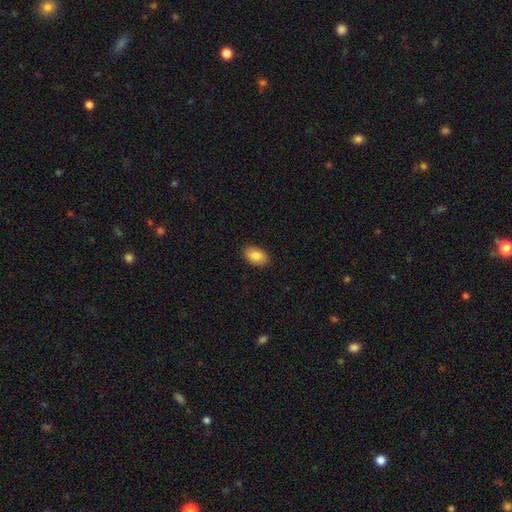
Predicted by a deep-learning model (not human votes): Morphology: type=smooth (86%); roundness=in between (93%); merging=none (89%).